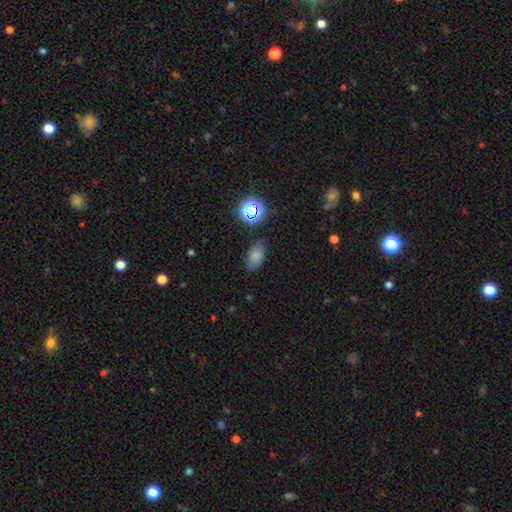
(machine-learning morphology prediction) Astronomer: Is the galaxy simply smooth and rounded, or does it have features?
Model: smooth — 74%.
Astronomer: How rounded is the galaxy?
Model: in between — 90%.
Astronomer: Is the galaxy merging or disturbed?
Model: none — 79%.